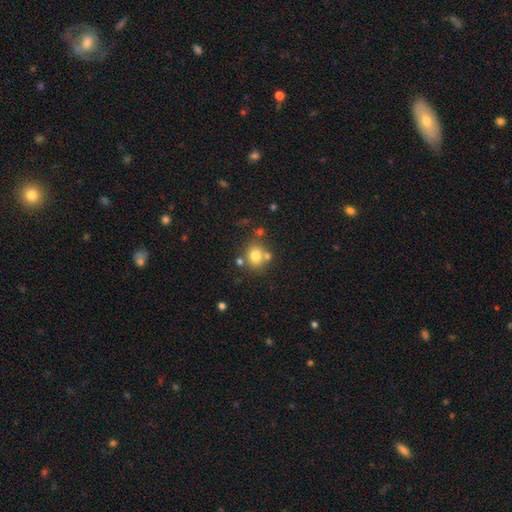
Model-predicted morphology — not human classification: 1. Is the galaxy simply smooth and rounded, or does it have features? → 76% smooth, 12% star or artifact, 11% featured or disk.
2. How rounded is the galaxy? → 72% round, 27% in between, 1% cigar-shaped.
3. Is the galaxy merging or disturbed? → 66% none, 18% merger, 12% minor disturbance, 4% major disturbance.